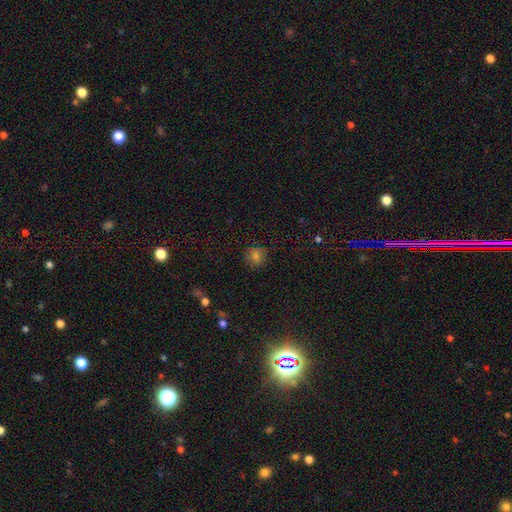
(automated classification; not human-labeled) This is likely a smooth galaxy (63%). How rounded: clearly round (87%). Merging: clearly none (84%).